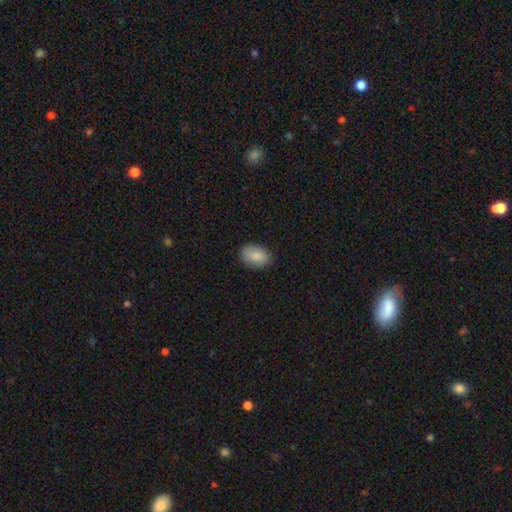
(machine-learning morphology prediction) smooth 87%, star or artifact 7%, featured or disk 6%. Down the decision tree: how rounded — in between (86%); merging — none (84%).